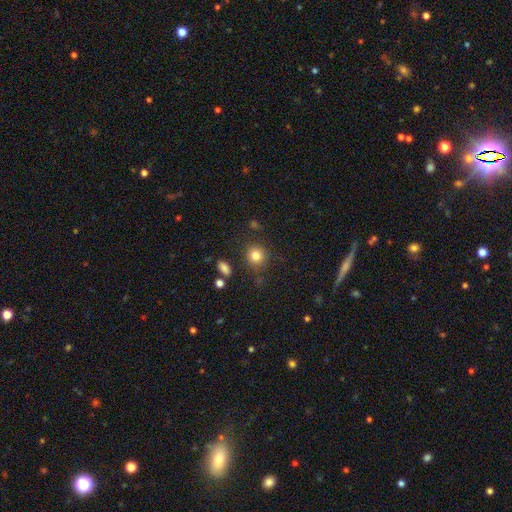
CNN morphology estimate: Q: Smooth or featured?
A: smooth (83%); runner-up: star or artifact (11%)
Q: How rounded?
A: round (86%); runner-up: in between (13%)
Q: Merging?
A: none (84%); runner-up: minor disturbance (10%)